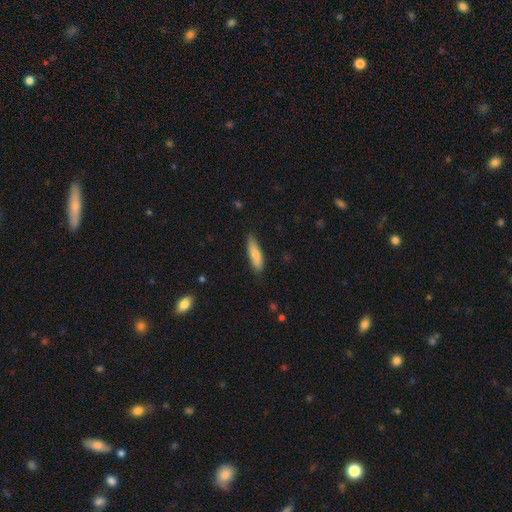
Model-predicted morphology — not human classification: Q: Smooth or featured?
A: smooth (80%); runner-up: featured or disk (14%)
Q: How rounded?
A: cigar-shaped (61%); runner-up: in between (37%)
Q: Merging?
A: none (79%); runner-up: minor disturbance (16%)